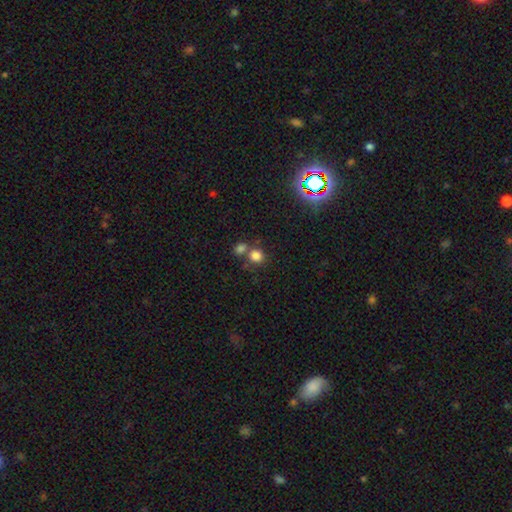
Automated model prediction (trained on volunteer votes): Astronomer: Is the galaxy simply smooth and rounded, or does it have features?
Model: smooth — 81%.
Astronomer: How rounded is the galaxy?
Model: round — 84%.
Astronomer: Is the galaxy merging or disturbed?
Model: none — 56% (runner-up: merger, 32%).